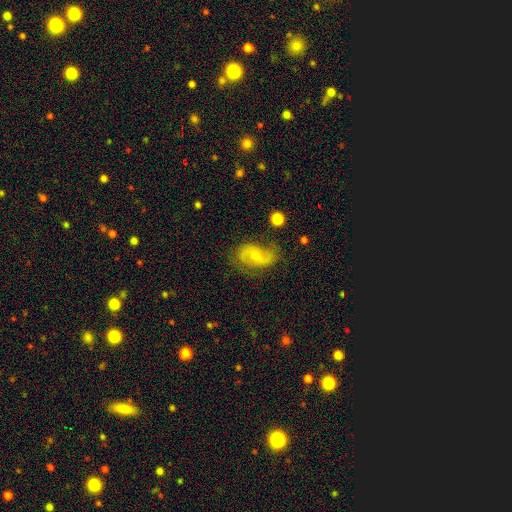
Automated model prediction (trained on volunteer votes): This appears to be a featured or disk galaxy (70%) with no bar (44%), 2 (87%) loose (48%) spiral arms (89%) and a small central bulge (56%). Merging: none (68%).